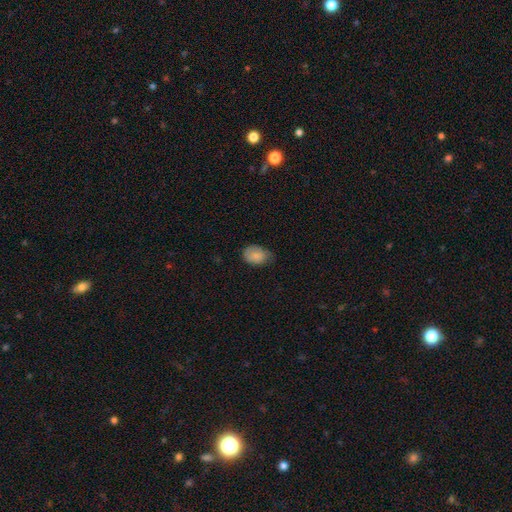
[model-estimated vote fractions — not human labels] Smooth or featured: smooth — 78% (featured or disk — 14%)
How rounded: in between — 77% (round — 22%)
Merging: none — 52% (minor disturbance — 37%)